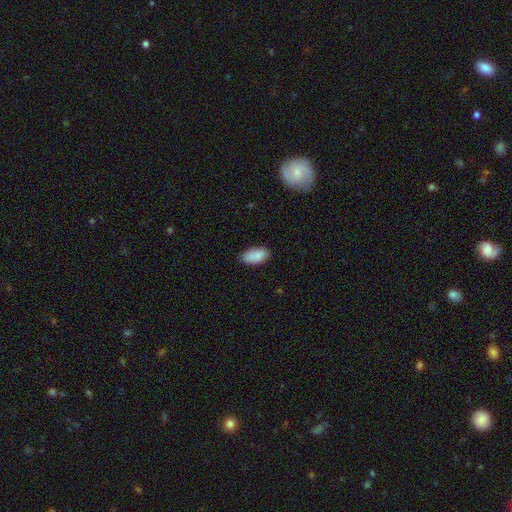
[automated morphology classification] Smooth or featured? Predicted: smooth (p=0.86). How rounded? Predicted: in between (p=0.94). Merging? Predicted: none (p=0.82).